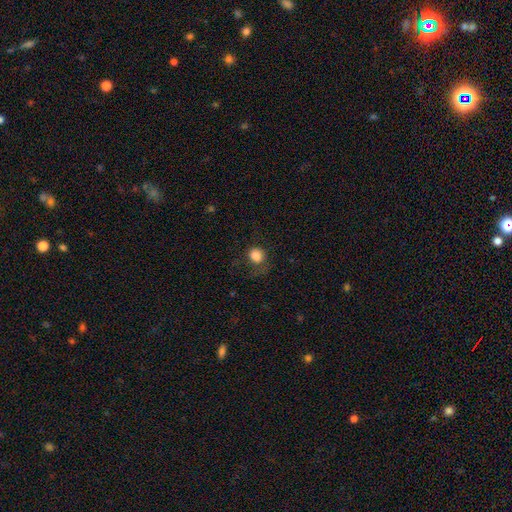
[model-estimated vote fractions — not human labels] Q: Smooth or featured?
A: smooth (83%); runner-up: star or artifact (11%)
Q: How rounded?
A: round (80%); runner-up: in between (20%)
Q: Merging?
A: none (63%); runner-up: minor disturbance (20%)